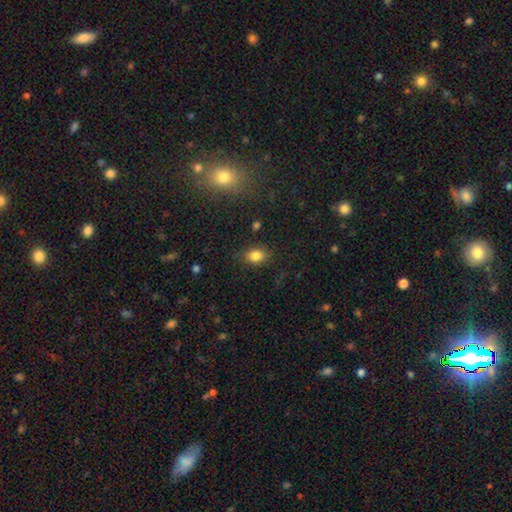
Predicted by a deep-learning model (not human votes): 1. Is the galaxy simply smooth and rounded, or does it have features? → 83% smooth, 11% star or artifact, 6% featured or disk.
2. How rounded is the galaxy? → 63% in between, 35% round, 1% cigar-shaped.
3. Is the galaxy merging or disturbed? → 80% none, 14% minor disturbance, 4% major disturbance, 2% merger.